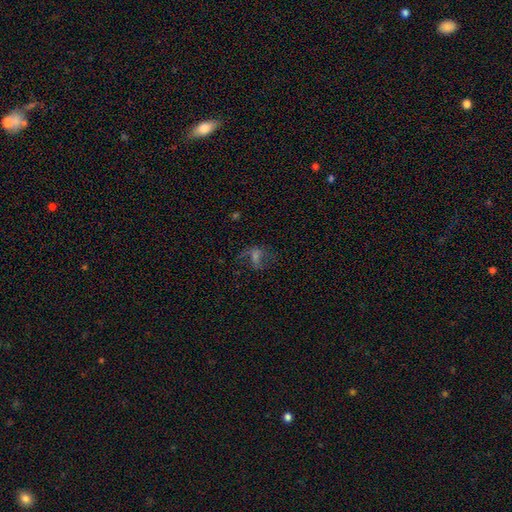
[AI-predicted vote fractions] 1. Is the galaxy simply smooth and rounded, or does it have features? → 41% featured or disk, 32% smooth, 27% star or artifact.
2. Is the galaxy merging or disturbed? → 46% none, 33% major disturbance, 18% minor disturbance, 3% merger.